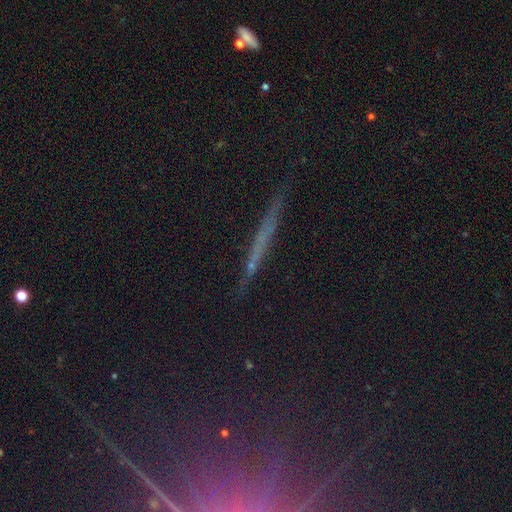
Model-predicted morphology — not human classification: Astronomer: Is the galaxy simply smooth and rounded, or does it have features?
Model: star or artifact — 42% (runner-up: smooth, 31%).